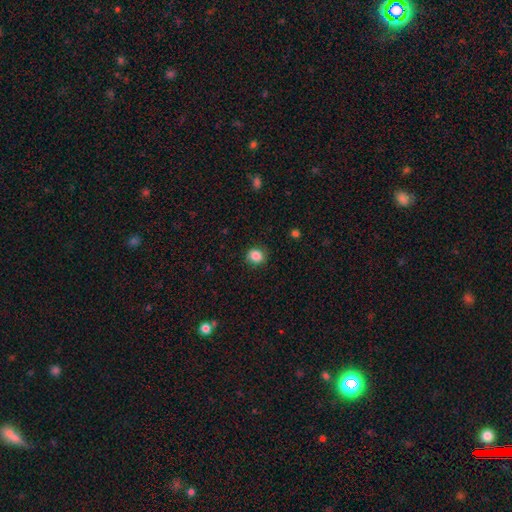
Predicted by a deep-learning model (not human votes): smooth-or-featured: smooth: 86% | star or artifact: 10% | featured or disk: 4%
  how-rounded: round: 80% | in between: 19% | cigar-shaped: 1%
  merging: none: 86% | minor disturbance: 10% | major disturbance: 3% | merger: 1%